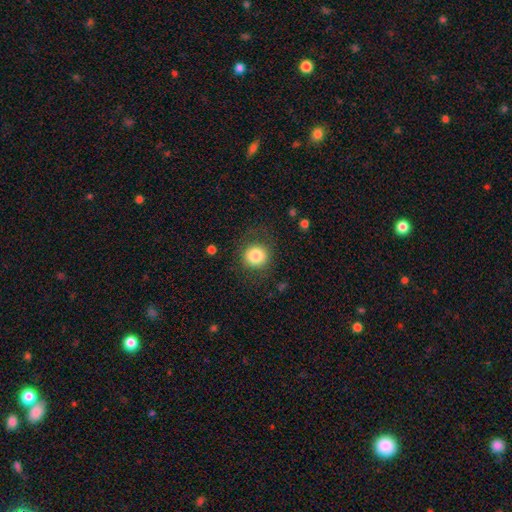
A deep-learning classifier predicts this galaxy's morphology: A smooth galaxy with no disk features (81%) that is round (89%). Merging: none (82%).